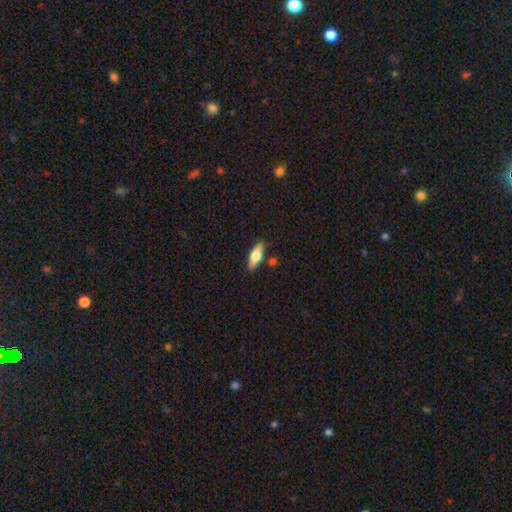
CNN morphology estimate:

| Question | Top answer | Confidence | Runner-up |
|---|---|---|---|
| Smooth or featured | smooth | 52% | featured or disk (42%) |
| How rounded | in between | 56% | cigar-shaped (41%) |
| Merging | none | 82% | minor disturbance (11%) |